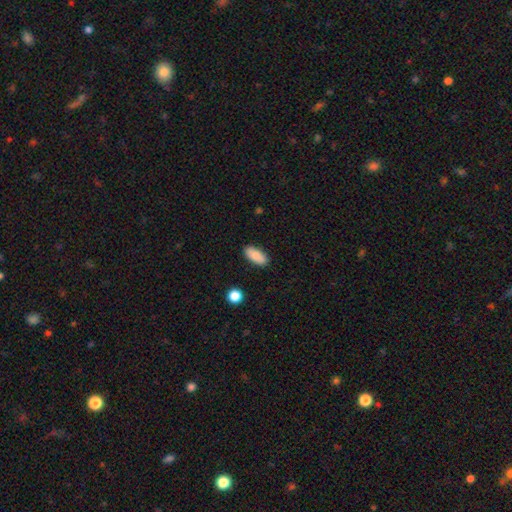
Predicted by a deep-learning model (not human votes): A smooth galaxy with no disk features (84%) that is in between round and cigar-shaped (89%).

Vote fractions:
- Smooth or featured? smooth: 84% / featured or disk: 9% / star or artifact: 7%
- How rounded? in between: 89% / cigar-shaped: 9% / round: 3%
- Merging? none: 88% / minor disturbance: 9% / major disturbance: 2% / merger: 1%